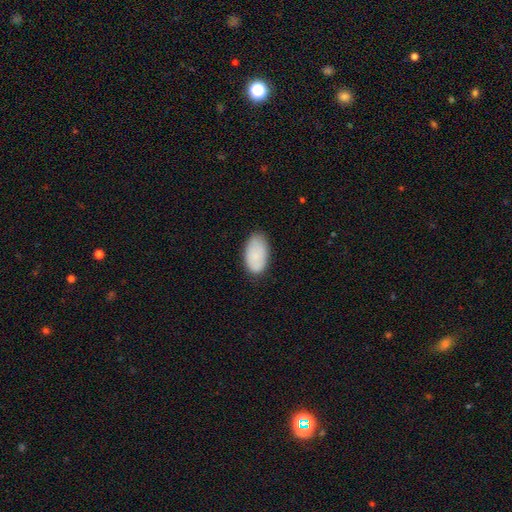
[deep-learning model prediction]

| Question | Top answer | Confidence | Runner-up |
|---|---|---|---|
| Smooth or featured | smooth | 86% | featured or disk (8%) |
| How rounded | in between | 95% | round (4%) |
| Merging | none | 79% | minor disturbance (17%) |